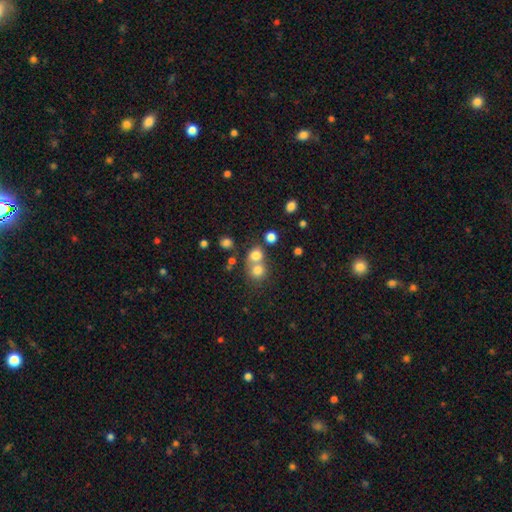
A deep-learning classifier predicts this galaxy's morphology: Q: Smooth or featured?
A: smooth (75%); runner-up: star or artifact (14%)
Q: How rounded?
A: round (78%); runner-up: in between (21%)
Q: Merging?
A: merger (51%); runner-up: none (39%)